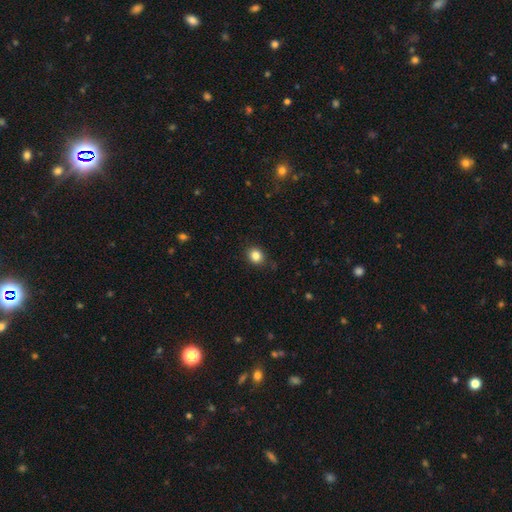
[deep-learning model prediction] Overall: smooth (84%). How rounded: round (74%). Merging: none (86%).